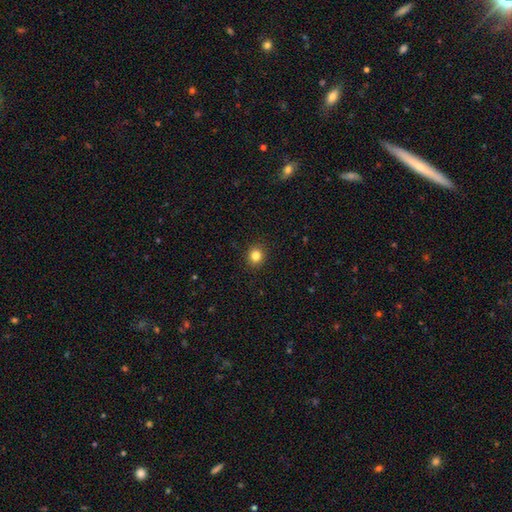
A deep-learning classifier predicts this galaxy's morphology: Smooth or featured?
  - smooth: 83% *
  - star or artifact: 12%
  - featured or disk: 5%
How rounded?
  - round: 84% *
  - in between: 15%
  - cigar-shaped: 1%
Merging?
  - none: 91% *
  - minor disturbance: 6%
  - major disturbance: 2%
  - merger: 1%